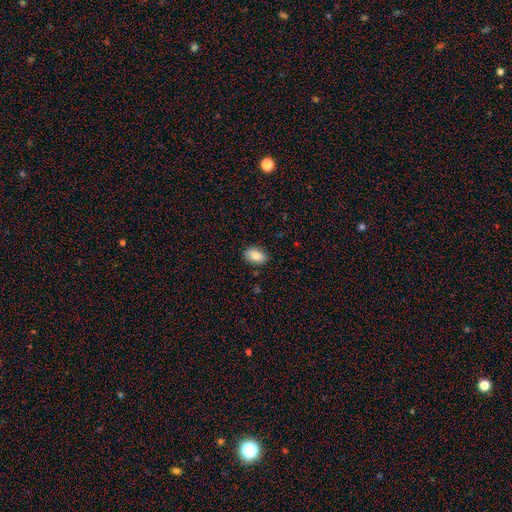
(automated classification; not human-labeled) The model was most divided on "smooth or featured": smooth: 84%, featured or disk: 9%, star or artifact: 7%. More confident: how rounded — in between (90%); merging — none (86%).